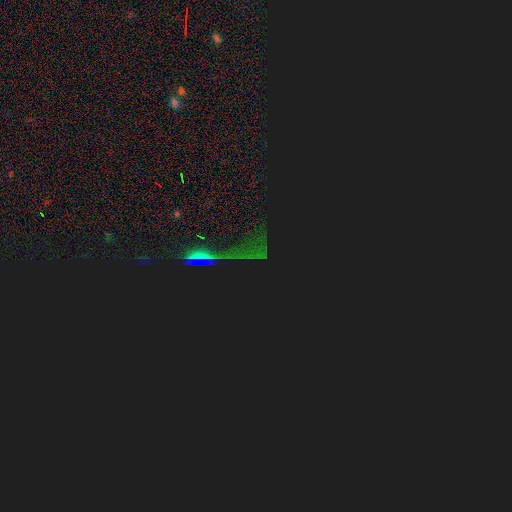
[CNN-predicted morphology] Smooth or featured?
  - star or artifact: 78% *
  - smooth: 11%
  - featured or disk: 11%